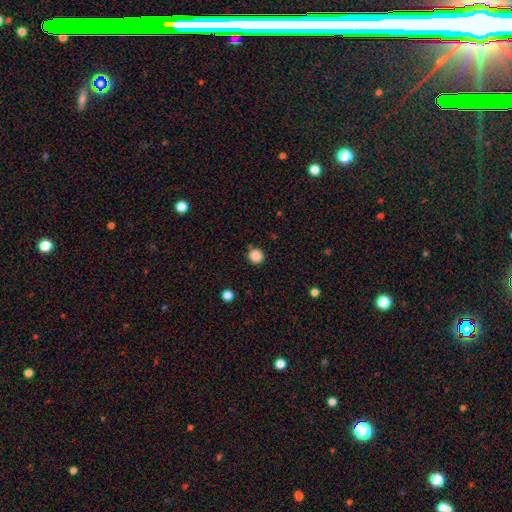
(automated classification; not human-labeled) Overall: smooth (87%). How rounded: round (94%). Merging: none (87%).